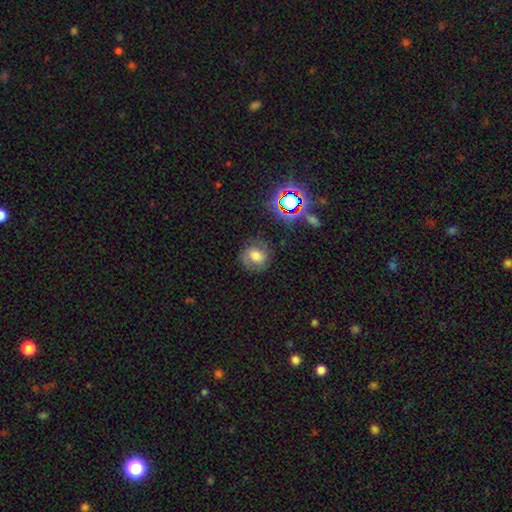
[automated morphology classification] Smooth or featured? Predicted: smooth (p=0.42). Merging? Predicted: none (p=0.75).